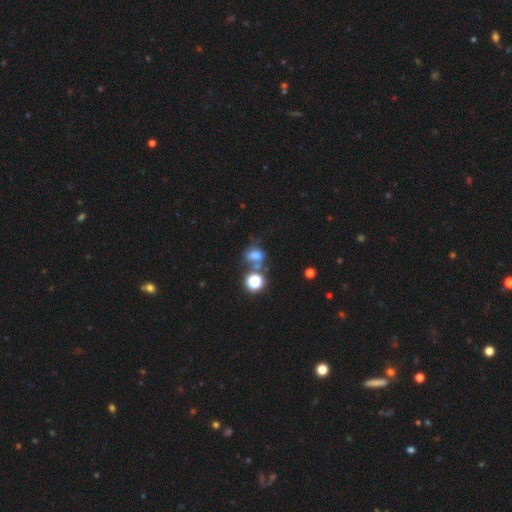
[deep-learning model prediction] A smooth galaxy with no disk features (60%) that is in between round and cigar-shaped (59%). Merging: none (39%).